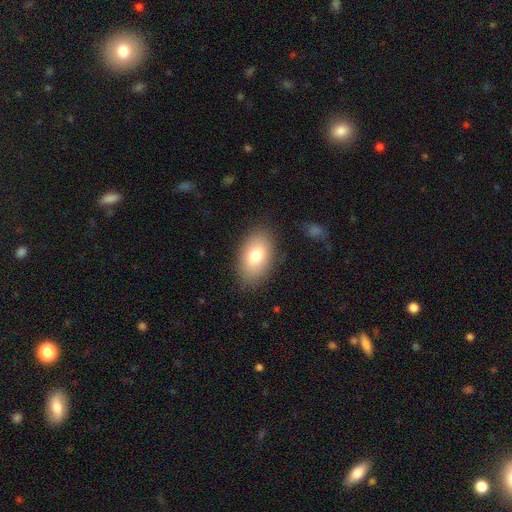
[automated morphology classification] smooth-or-featured: smooth: 78% | featured or disk: 15% | star or artifact: 8%
  how-rounded: in between: 91% | round: 7% | cigar-shaped: 2%
  merging: none: 85% | minor disturbance: 11% | major disturbance: 3% | merger: 1%